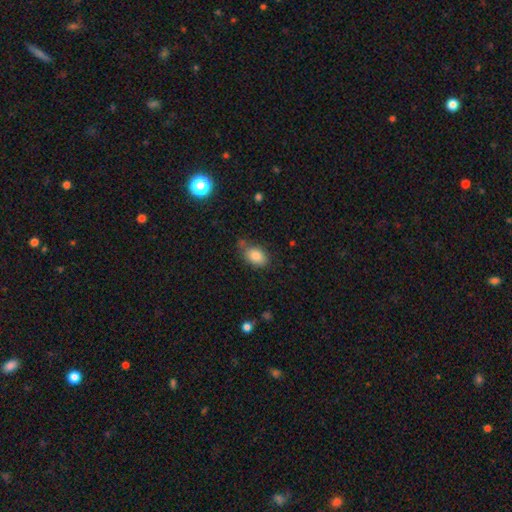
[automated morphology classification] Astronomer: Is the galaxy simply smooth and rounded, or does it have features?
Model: smooth — 83%.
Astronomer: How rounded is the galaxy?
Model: in between — 86%.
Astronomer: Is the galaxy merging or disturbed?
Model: none — 64%.